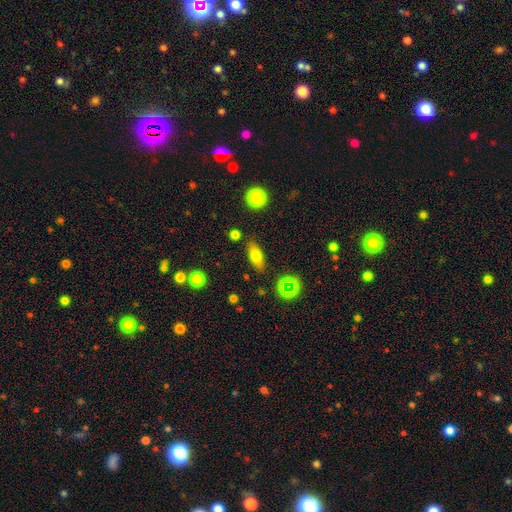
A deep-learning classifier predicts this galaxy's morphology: This appears to be a smooth galaxy with no disk features (70%) that is in between round and cigar-shaped (73%). Merging: none (83%).